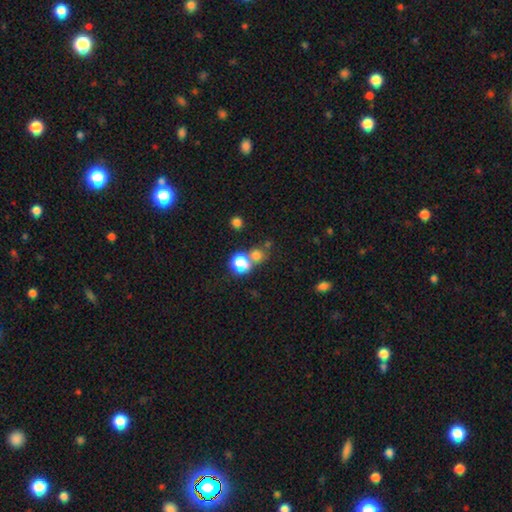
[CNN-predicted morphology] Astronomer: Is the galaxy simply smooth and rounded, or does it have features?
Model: smooth — 73%.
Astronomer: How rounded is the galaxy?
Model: round — 79%.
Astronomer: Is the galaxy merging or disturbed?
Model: none — 50% (runner-up: merger, 37%).